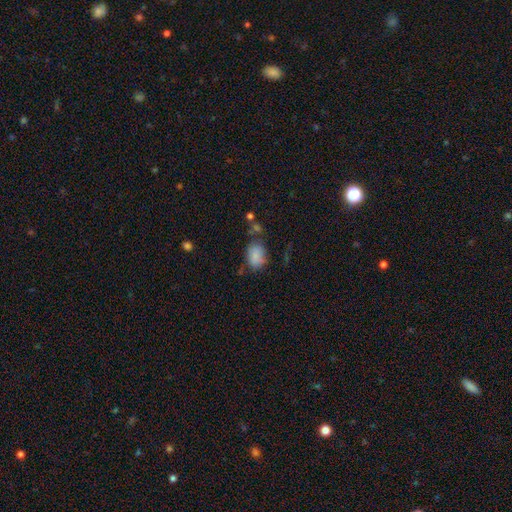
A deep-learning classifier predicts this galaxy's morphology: The model was most divided on "merging": none: 60%, minor disturbance: 23%, major disturbance: 8%, merger: 8%. More confident: smooth or featured — smooth (83%); how rounded — in between (70%).